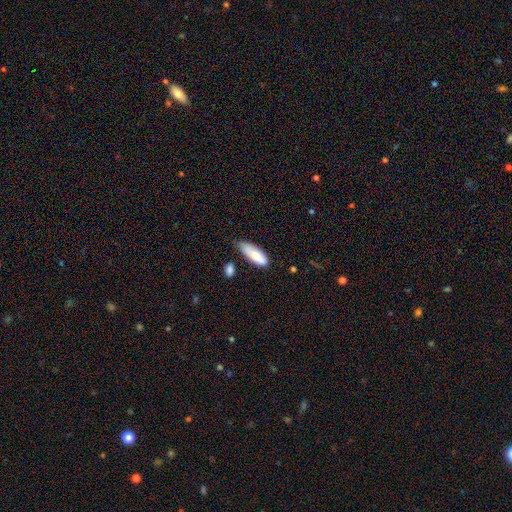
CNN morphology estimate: smooth-or-featured: smooth: 73% | featured or disk: 20% | star or artifact: 6%
  how-rounded: in between: 70% | cigar-shaped: 28% | round: 2%
  merging: none: 57% | minor disturbance: 31% | major disturbance: 6% | merger: 5%